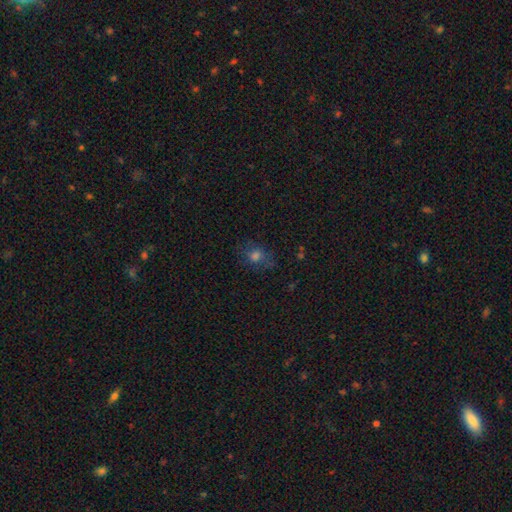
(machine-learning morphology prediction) Smooth or featured: smooth — 65% (star or artifact — 19%)
How rounded: round — 49% (tied with in between — 49%)
Merging: none — 69% (minor disturbance — 19%)